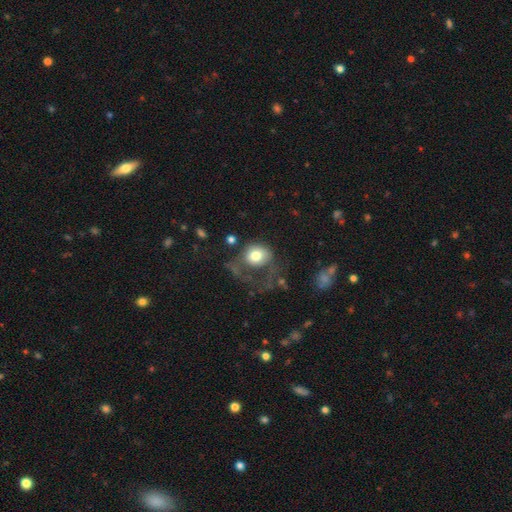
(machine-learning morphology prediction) Q: Smooth or featured?
A: smooth (73%); runner-up: featured or disk (18%)
Q: How rounded?
A: round (71%); runner-up: in between (28%)
Q: Merging?
A: major disturbance (50%); runner-up: none (28%)